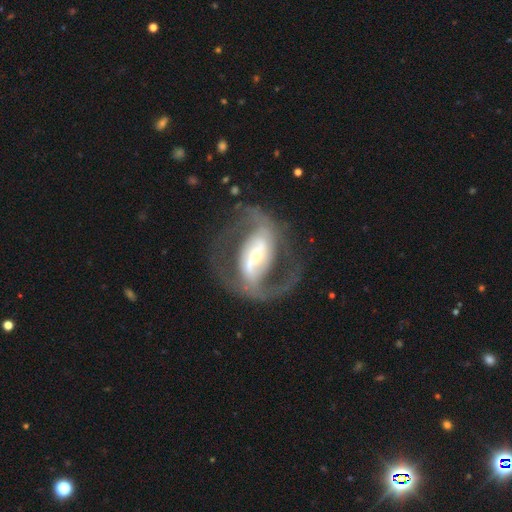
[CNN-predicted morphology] Q: Smooth or featured?
A: featured or disk (88%); runner-up: smooth (7%)
Q: Edge-on disk?
A: no (96%); runner-up: yes (4%)
Q: Bar?
A: strong (58%); runner-up: weak (29%)
Q: Spiral arms?
A: yes (91%); runner-up: no (9%)
Q: Spiral winding?
A: medium (53%); runner-up: loose (30%)
Q: Spiral arm count?
A: 2 (89%); runner-up: can't tell (4%)
Q: Bulge size?
A: small (48%); runner-up: moderate (38%)
Q: Merging?
A: none (70%); runner-up: major disturbance (15%)